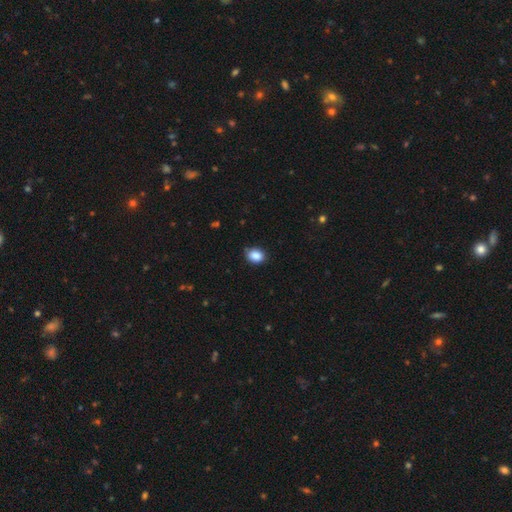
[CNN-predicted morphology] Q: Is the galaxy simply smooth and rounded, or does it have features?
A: smooth — 88%.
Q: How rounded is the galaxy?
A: in between — 57%.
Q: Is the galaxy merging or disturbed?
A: none — 79%.